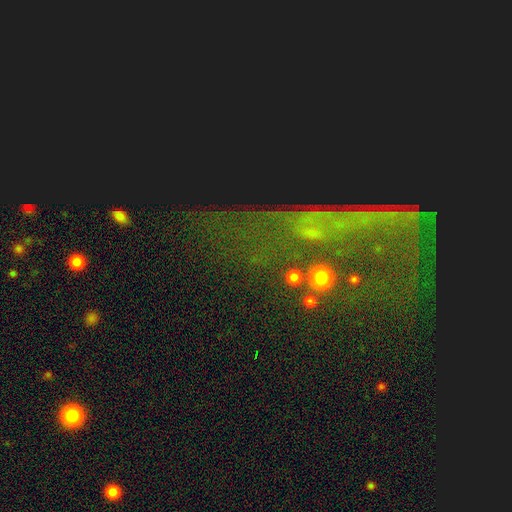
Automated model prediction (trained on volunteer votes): Smooth or featured? Predicted: star or artifact (p=0.50).